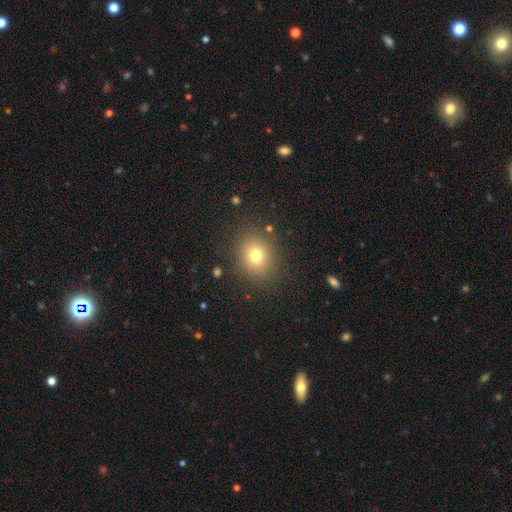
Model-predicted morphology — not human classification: A smooth galaxy with no disk features (75%) that is round (72%).

Vote fractions:
- Smooth or featured? smooth: 75% / star or artifact: 15% / featured or disk: 10%
- How rounded? round: 72% / in between: 27% / cigar-shaped: 1%
- Merging? none: 85% / minor disturbance: 9% / major disturbance: 4% / merger: 2%